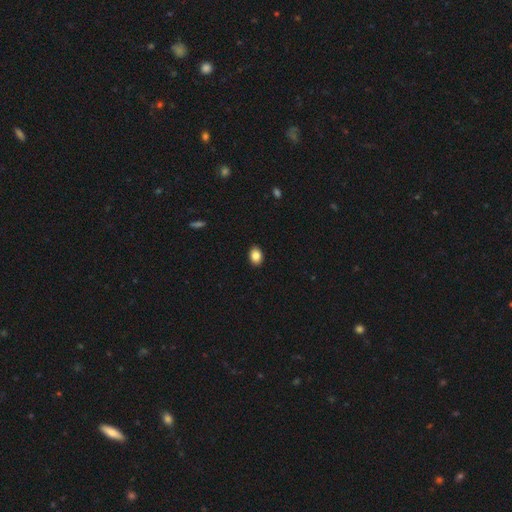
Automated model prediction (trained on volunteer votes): Overall: smooth (87%). How rounded: in between (74%). Merging: none (91%).